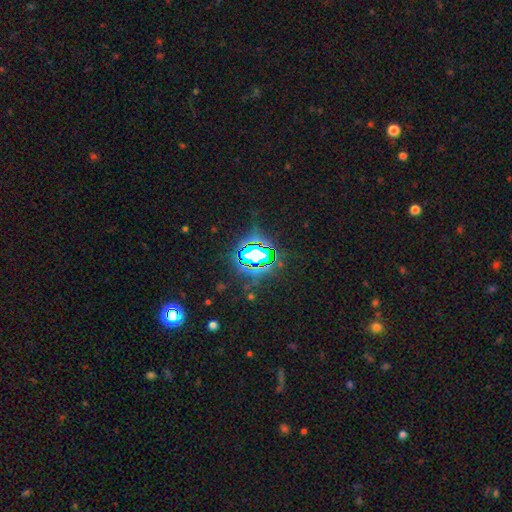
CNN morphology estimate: The model was most divided on "smooth or featured": star or artifact: 75%, smooth: 13%, featured or disk: 12%.